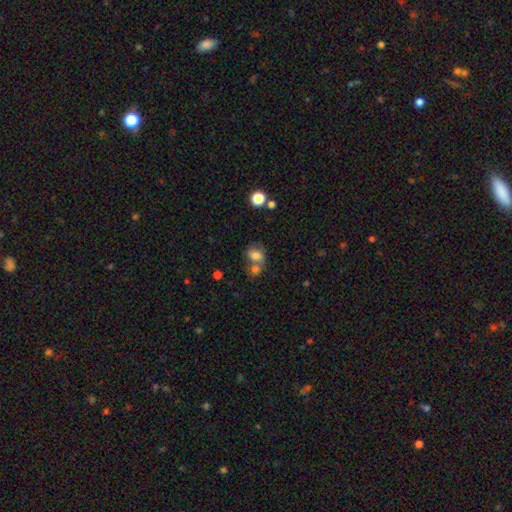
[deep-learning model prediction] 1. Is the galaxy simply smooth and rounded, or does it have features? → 75% smooth, 14% featured or disk, 11% star or artifact.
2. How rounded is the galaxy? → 51% round, 48% in between, 1% cigar-shaped.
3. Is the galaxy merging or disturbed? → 45% merger, 36% none, 13% minor disturbance, 6% major disturbance.